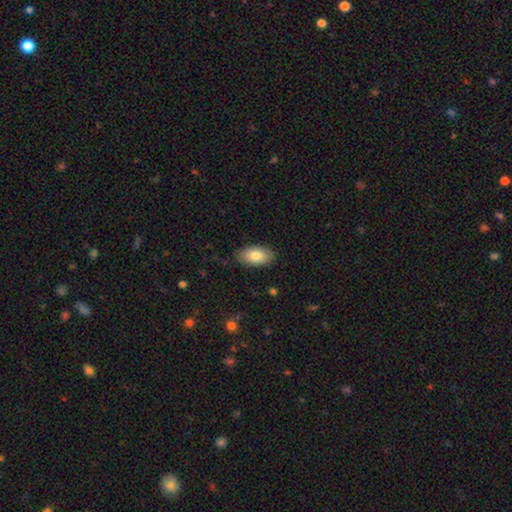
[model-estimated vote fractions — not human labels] Morphology: type=smooth (81%); roundness=in between (94%); merging=none (85%).